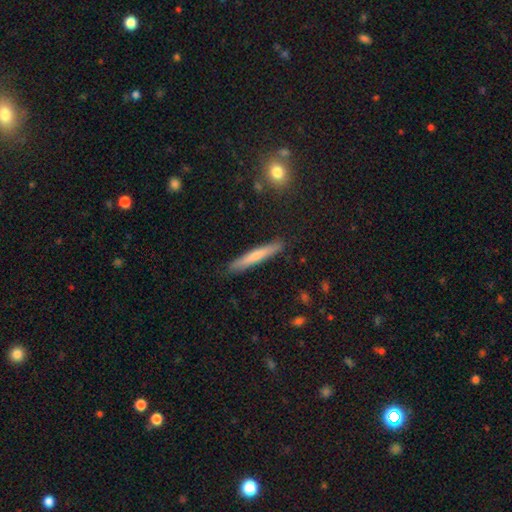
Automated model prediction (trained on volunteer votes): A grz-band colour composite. It shows a smooth galaxy with no disk features (61%) that is cigar-shaped (95%). Merging: none (89%).